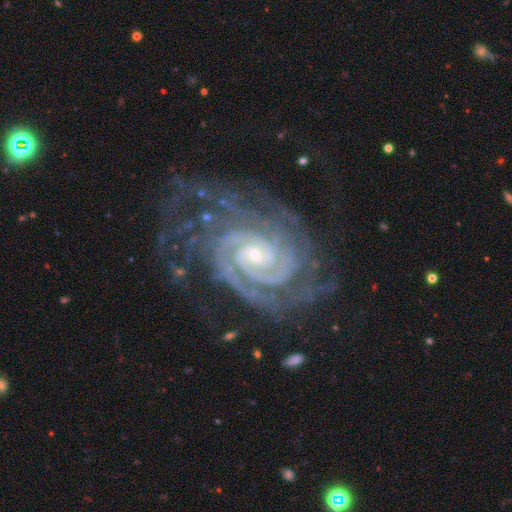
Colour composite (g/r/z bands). It shows a featured or disk galaxy (95%) with no bar (51%), 2 (40%) tight (86%) spiral arms (100%) and a small central bulge (77%). Merging: none (61%).